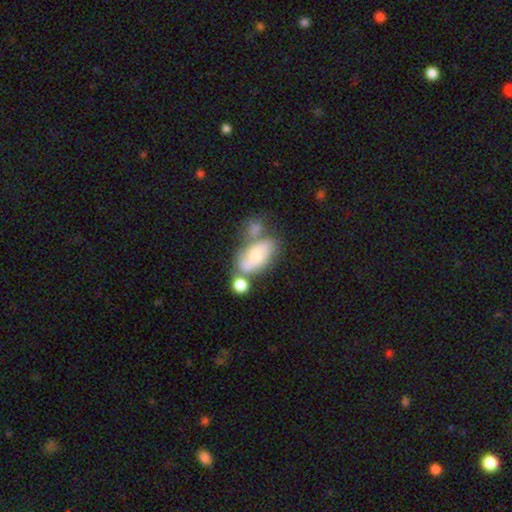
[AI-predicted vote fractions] Overall: smooth (48%; featured or disk 44%). Merging: merger (39%; none 30%).